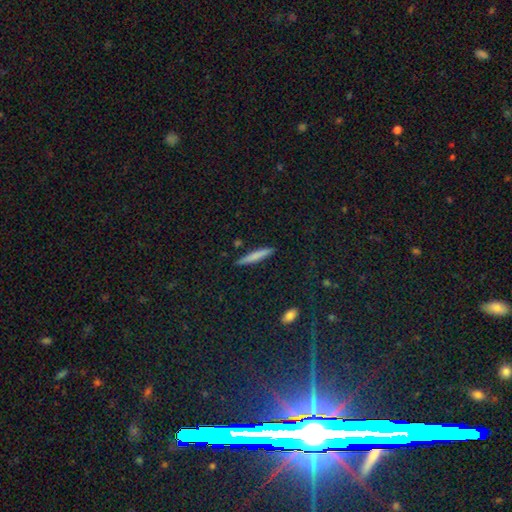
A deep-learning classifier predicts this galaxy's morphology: This is likely a smooth galaxy (73%). How rounded: clearly cigar-shaped (94%). Merging: clearly none (89%).